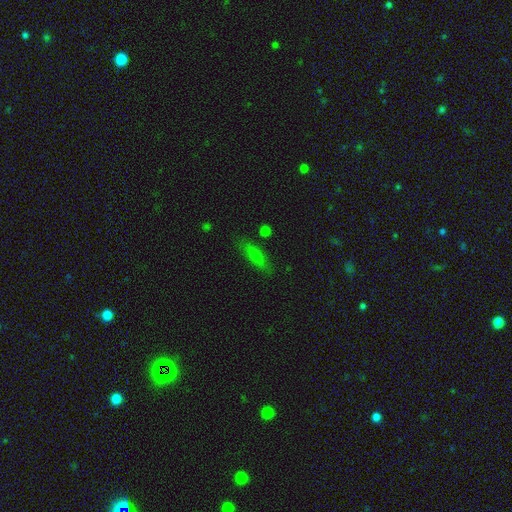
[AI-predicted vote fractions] Morphology: type=smooth (64%); roundness=cigar-shaped (58%); merging=none (82%).